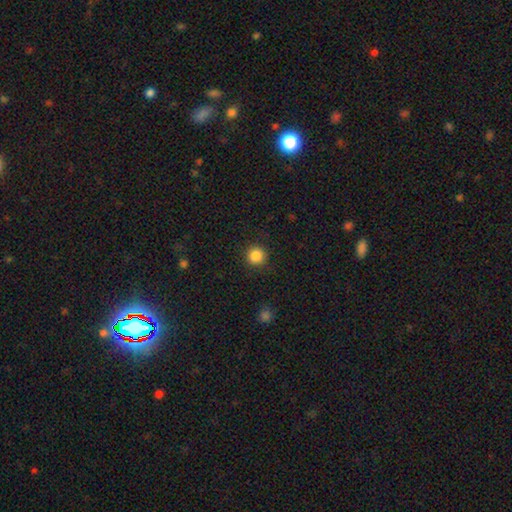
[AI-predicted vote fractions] Smooth or featured? Predicted: smooth (p=0.86). How rounded? Predicted: round (p=0.94). Merging? Predicted: none (p=0.91).